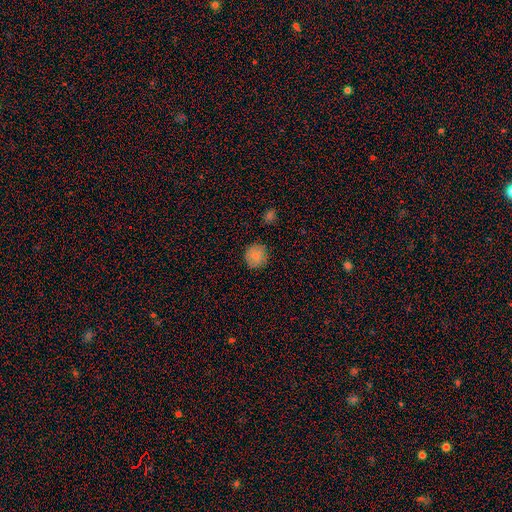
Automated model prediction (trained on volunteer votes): Smooth or featured: smooth — 82% (featured or disk — 9%)
How rounded: round — 89% (in between — 10%)
Merging: none — 86% (minor disturbance — 11%)